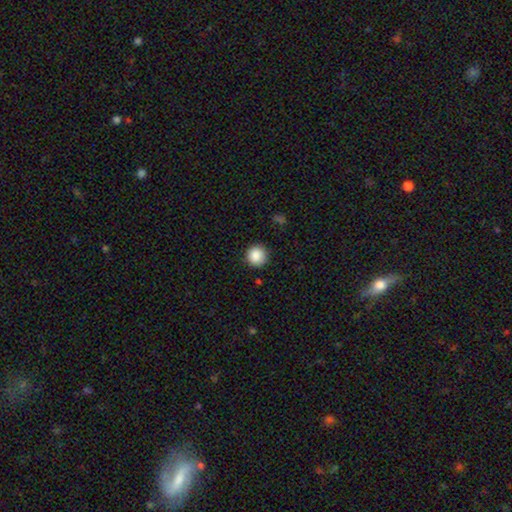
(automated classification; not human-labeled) Smooth or featured?
  - smooth: 88% *
  - star or artifact: 9%
  - featured or disk: 3%
How rounded?
  - round: 94% *
  - in between: 5%
  - cigar-shaped: 1%
Merging?
  - none: 89% *
  - minor disturbance: 7%
  - major disturbance: 2%
  - merger: 1%